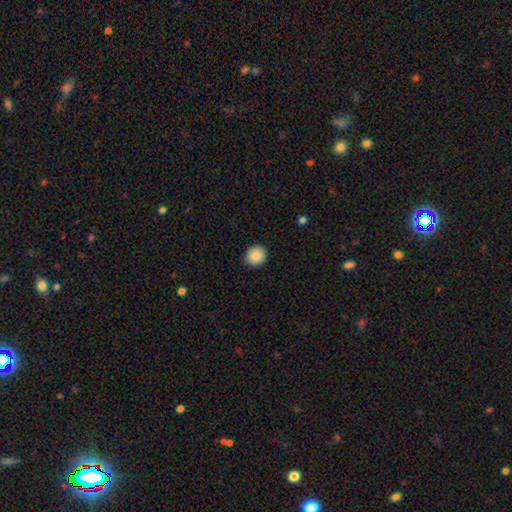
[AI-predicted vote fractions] This appears to be a smooth galaxy with no disk features (87%) that is round (89%). Merging: none (85%).